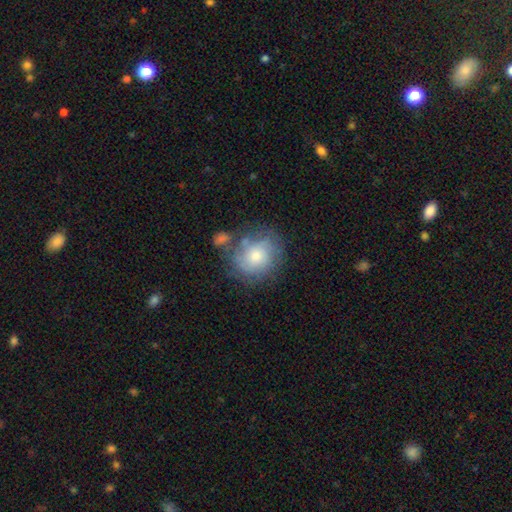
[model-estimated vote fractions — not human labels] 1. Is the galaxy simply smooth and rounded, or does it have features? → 49% smooth, 43% featured or disk, 9% star or artifact.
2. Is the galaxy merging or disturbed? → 59% none, 20% minor disturbance, 11% merger, 10% major disturbance.